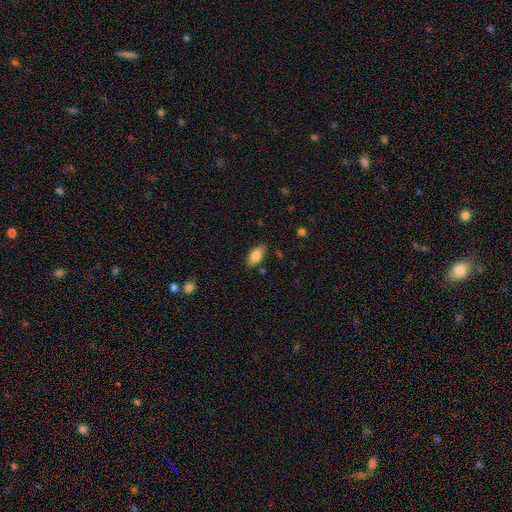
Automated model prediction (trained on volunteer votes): Smooth or featured?
  - smooth: 83% *
  - featured or disk: 10%
  - star or artifact: 7%
How rounded?
  - in between: 92% *
  - cigar-shaped: 5%
  - round: 3%
Merging?
  - none: 84% *
  - minor disturbance: 12%
  - major disturbance: 2%
  - merger: 2%